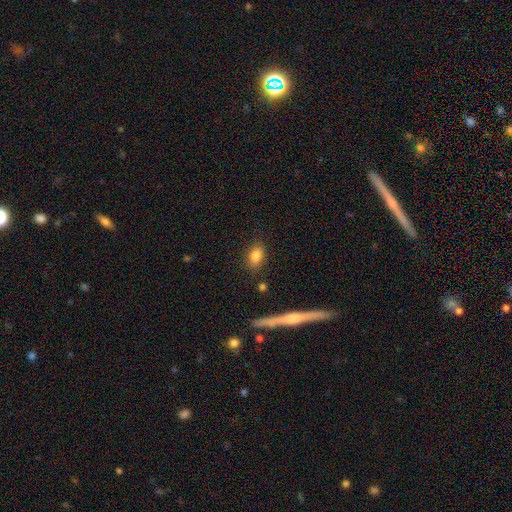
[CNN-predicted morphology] smooth_or_featured: smooth (p=0.81) [alt: featured or disk p=0.10]
how_rounded: in between (p=0.83) [alt: round p=0.12]
merging: none (p=0.82) [alt: minor disturbance p=0.12]